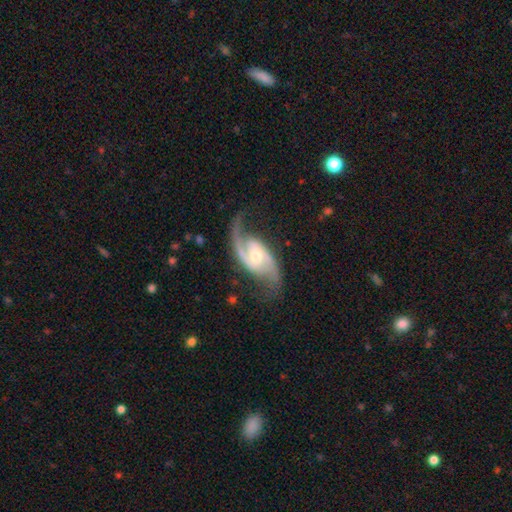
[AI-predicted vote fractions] featured or disk 92%, star or artifact 4%, smooth 4%. Down the decision tree: edge-on disk — no (97%); bar — weak (47%); spiral arms — yes (98%); spiral arm count — 2 (91%); spiral winding — medium (53%); bulge size — moderate (61%); merging — none (72%).